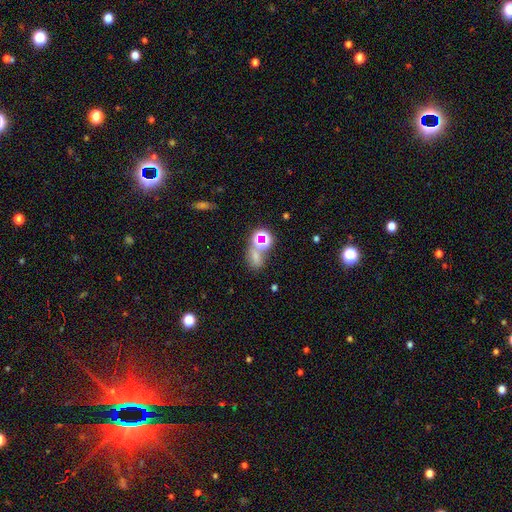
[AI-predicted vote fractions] A smooth galaxy with no disk features (51%) that is in between round and cigar-shaped (62%). Merging: none (50%).